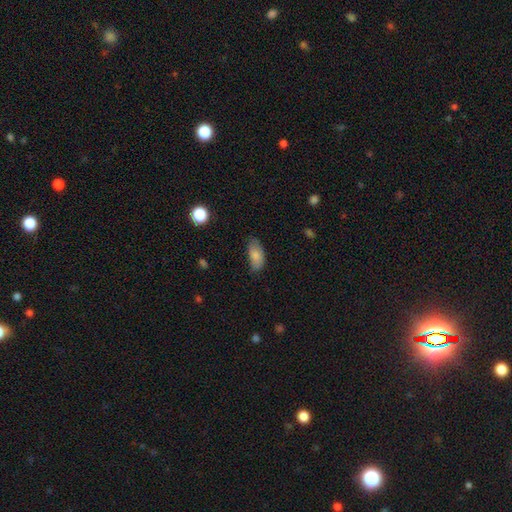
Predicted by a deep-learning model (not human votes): smooth_or_featured: smooth (p=0.82) [alt: featured or disk p=0.11]
how_rounded: in between (p=0.90) [alt: cigar-shaped p=0.07]
merging: none (p=0.66) [alt: minor disturbance p=0.27]